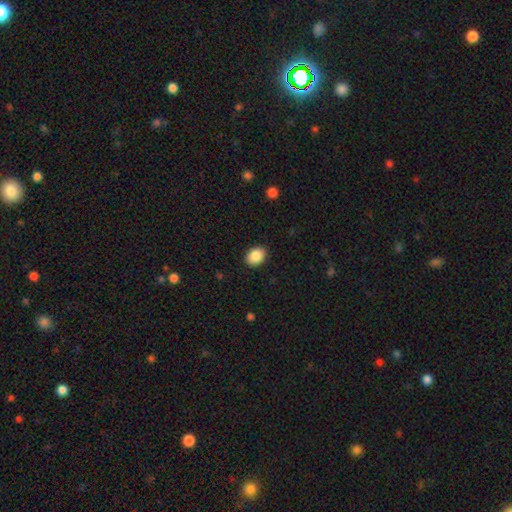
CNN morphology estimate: A smooth galaxy with no disk features (88%) that is in between round and cigar-shaped (66%).

Vote fractions:
- Smooth or featured? smooth: 88% / star or artifact: 8% / featured or disk: 4%
- How rounded? in between: 66% / round: 33% / cigar-shaped: 1%
- Merging? none: 89% / minor disturbance: 8% / major disturbance: 2% / merger: 1%